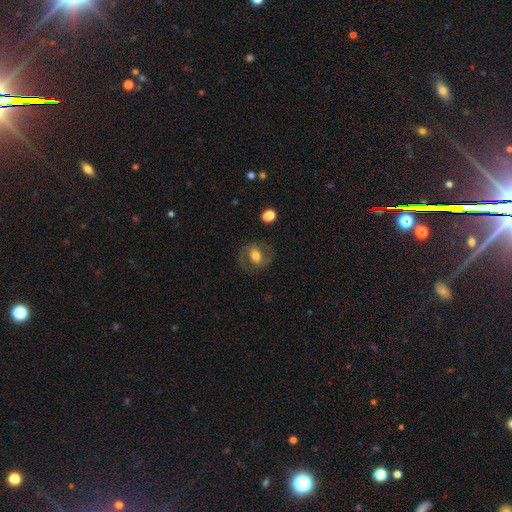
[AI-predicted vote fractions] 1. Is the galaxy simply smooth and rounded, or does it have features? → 48% featured or disk, 44% smooth, 8% star or artifact.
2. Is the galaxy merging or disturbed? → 74% none, 14% minor disturbance, 10% major disturbance, 2% merger.